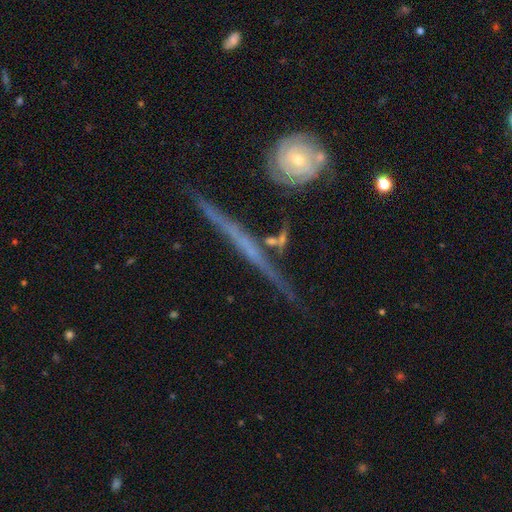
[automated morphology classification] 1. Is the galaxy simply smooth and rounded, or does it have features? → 77% featured or disk, 16% smooth, 8% star or artifact.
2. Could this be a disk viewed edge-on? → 91% yes, 9% no.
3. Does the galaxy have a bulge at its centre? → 78% none, 14% rounded, 8% boxy.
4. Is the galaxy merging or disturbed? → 74% none, 16% minor disturbance, 5% major disturbance, 5% merger.